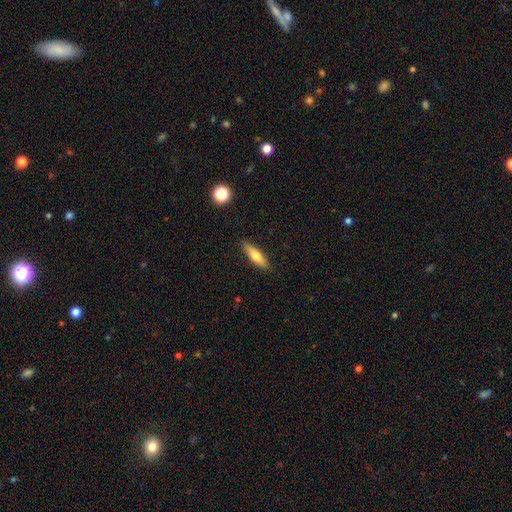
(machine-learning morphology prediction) Smooth or featured? smooth (64%)
How rounded? cigar-shaped (64%)
Merging? none (88%)